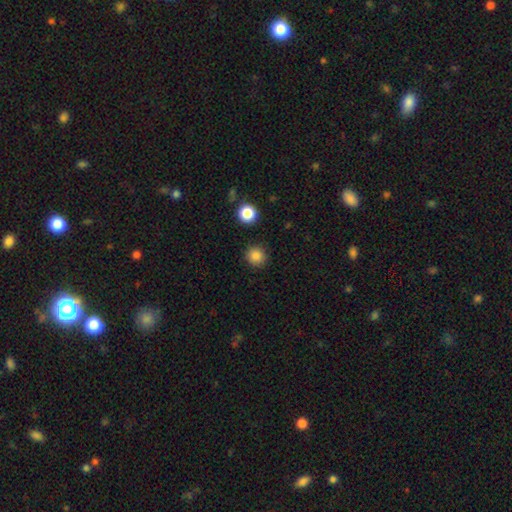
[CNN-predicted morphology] Smooth or featured? Predicted: smooth (p=0.85). How rounded? Predicted: round (p=0.93). Merging? Predicted: none (p=0.90).